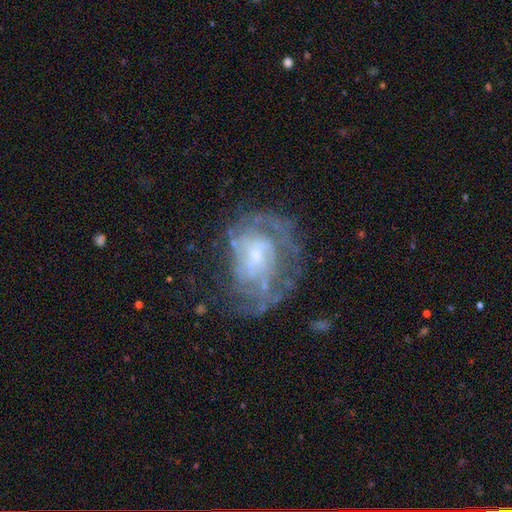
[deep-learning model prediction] Smooth or featured? Predicted: featured or disk (p=0.77). Edge-on disk? Predicted: no (p=0.97). Bar? Predicted: no (p=0.59). Spiral arms? Predicted: yes (p=0.76). Spiral winding? Predicted: tight (p=0.50). Spiral arm count? Predicted: can't tell (p=0.50). Bulge size? Predicted: small (p=0.51). Merging? Predicted: none (p=0.55).